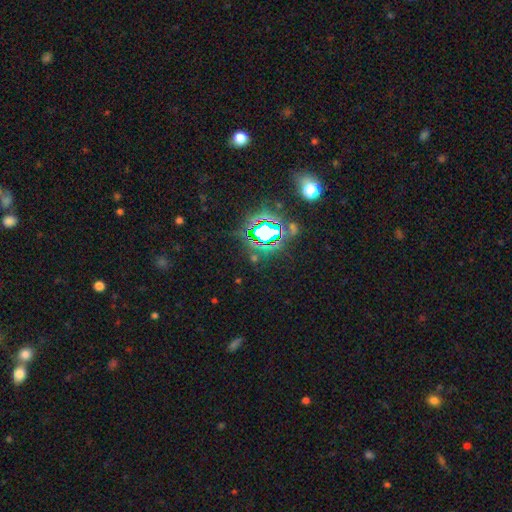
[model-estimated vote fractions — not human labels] Smooth or featured: star or artifact — 77% (smooth — 14%)